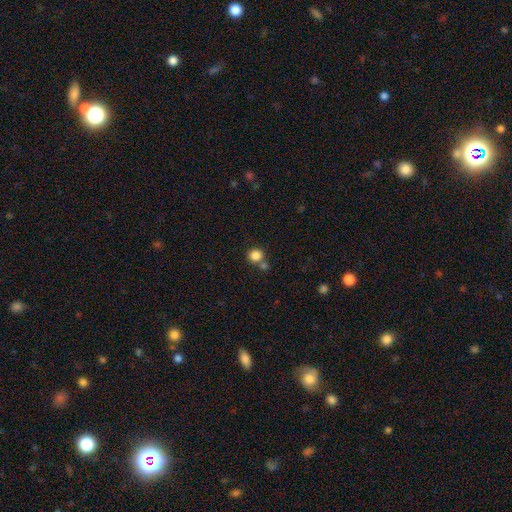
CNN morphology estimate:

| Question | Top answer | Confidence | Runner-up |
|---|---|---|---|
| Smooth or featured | smooth | 84% | star or artifact (11%) |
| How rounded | round | 86% | in between (13%) |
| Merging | none | 63% | merger (25%) |